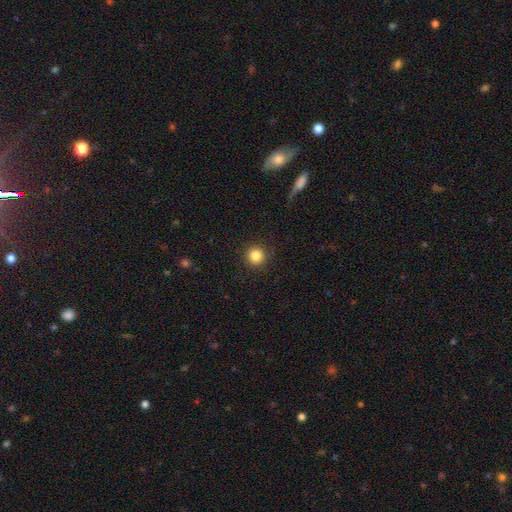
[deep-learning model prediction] smooth-or-featured: smooth: 85% | star or artifact: 11% | featured or disk: 5%
  how-rounded: round: 94% | in between: 5% | cigar-shaped: 1%
  merging: none: 91% | minor disturbance: 5% | major disturbance: 2% | merger: 1%